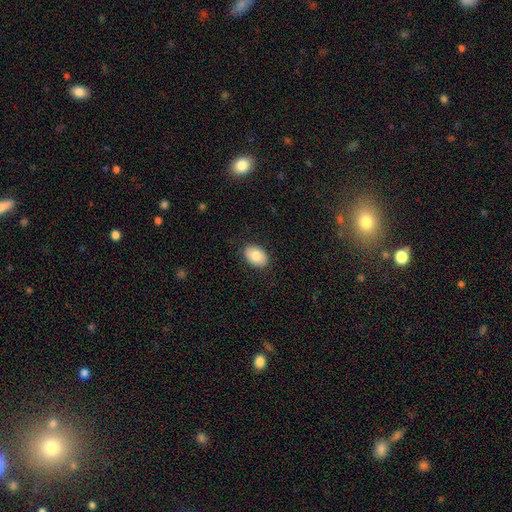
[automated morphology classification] smooth-or-featured: smooth: 84% | featured or disk: 9% | star or artifact: 7%
  how-rounded: in between: 84% | round: 15% | cigar-shaped: 1%
  merging: none: 88% | minor disturbance: 9% | major disturbance: 2% | merger: 1%